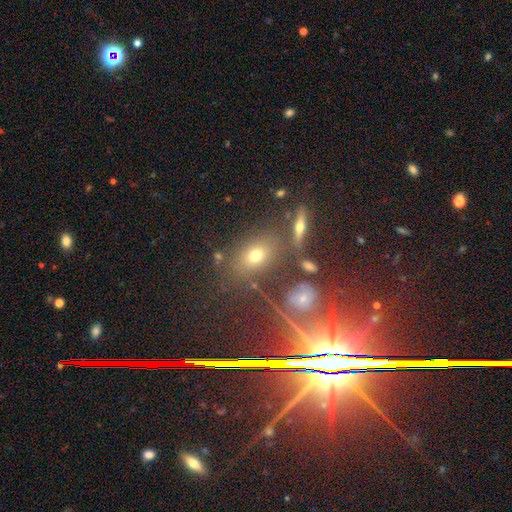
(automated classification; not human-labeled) The model was most divided on "smooth or featured": smooth: 53%, star or artifact: 27%, featured or disk: 20%. More confident: merging — none (77%); how rounded — in between (69%).